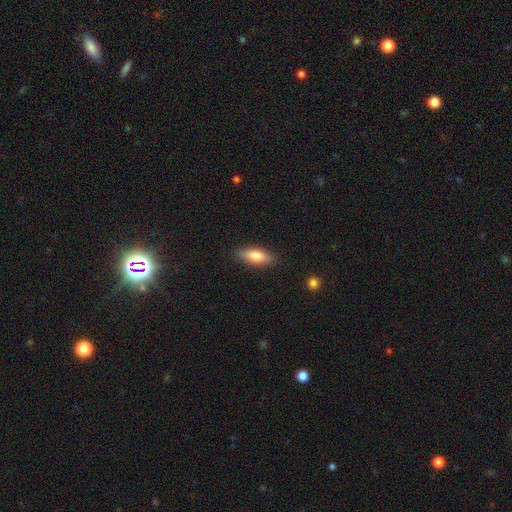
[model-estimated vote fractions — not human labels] Overall: smooth (77%). How rounded: in between (65%; cigar-shaped 33%). Merging: none (85%).